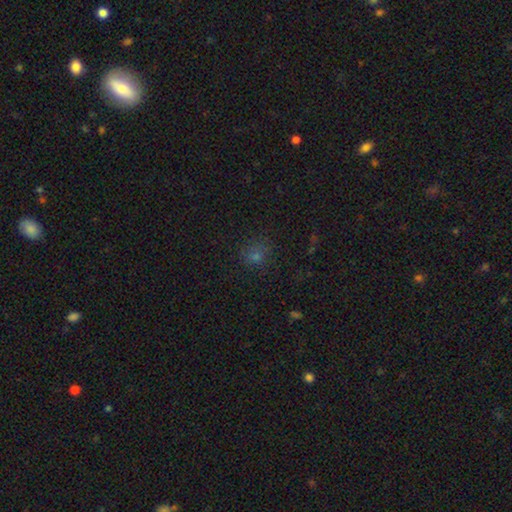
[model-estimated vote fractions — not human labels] Smooth or featured: smooth — 61% (star or artifact — 31%)
How rounded: round — 79% (in between — 20%)
Merging: none — 79% (minor disturbance — 14%)